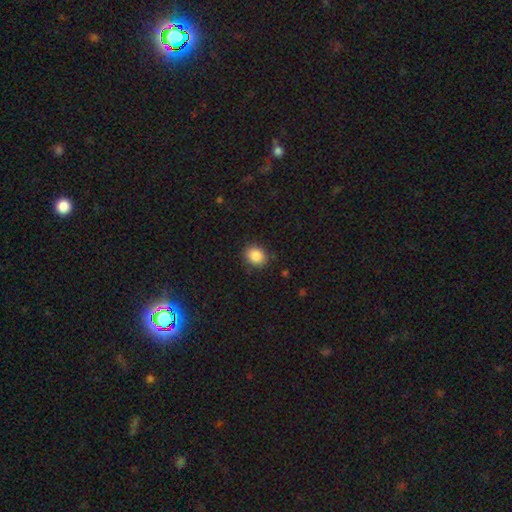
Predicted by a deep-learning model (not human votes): A smooth galaxy with no disk features (87%) that is round (57%). Merging: none (86%).